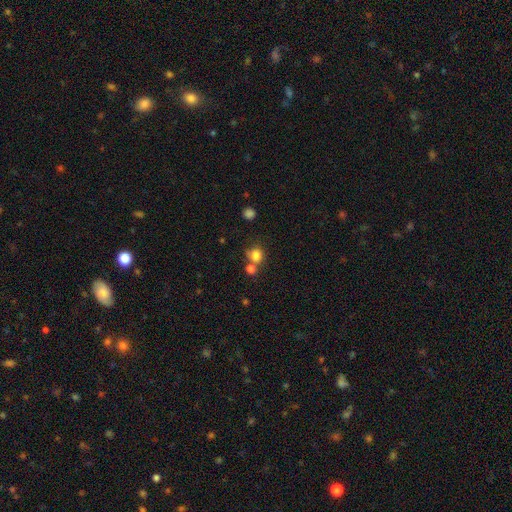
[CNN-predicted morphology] Overall: smooth (81%). How rounded: round (82%). Merging: none (53%; merger 30%).